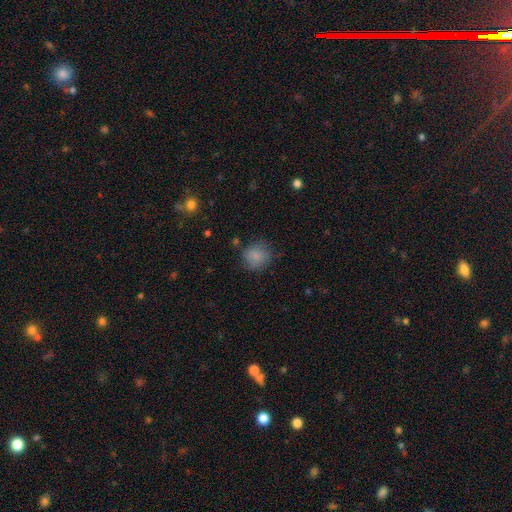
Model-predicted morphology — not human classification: This is clearly a smooth galaxy (84%). How rounded: clearly round (86%). Merging: likely none (76%).